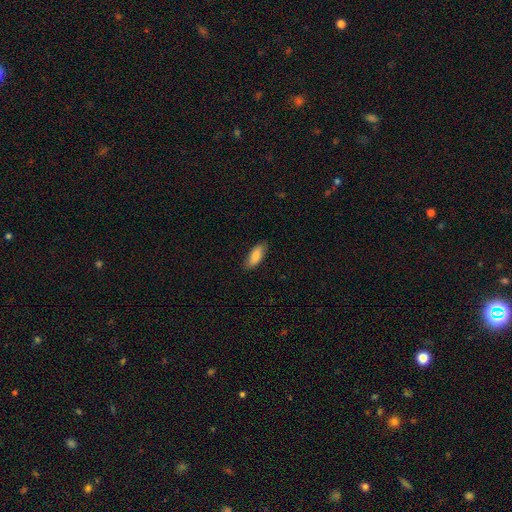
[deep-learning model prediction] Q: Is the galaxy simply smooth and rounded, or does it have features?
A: smooth — 82%.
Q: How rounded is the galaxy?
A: in between — 78%.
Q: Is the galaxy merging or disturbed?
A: none — 83%.